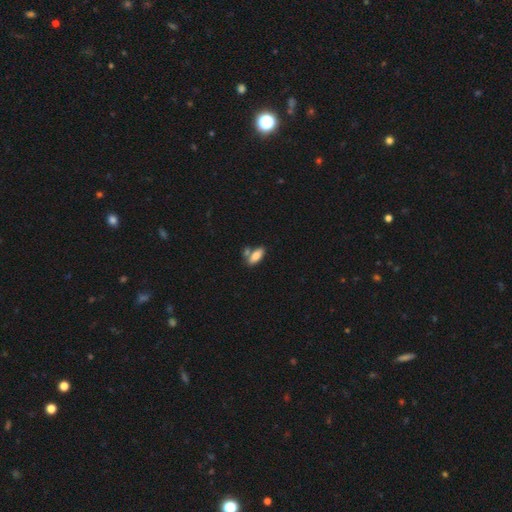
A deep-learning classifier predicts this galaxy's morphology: The model was most divided on "merging": none: 59%, merger: 25%, minor disturbance: 13%, major disturbance: 4%. More confident: how rounded — in between (84%); smooth or featured — smooth (81%).